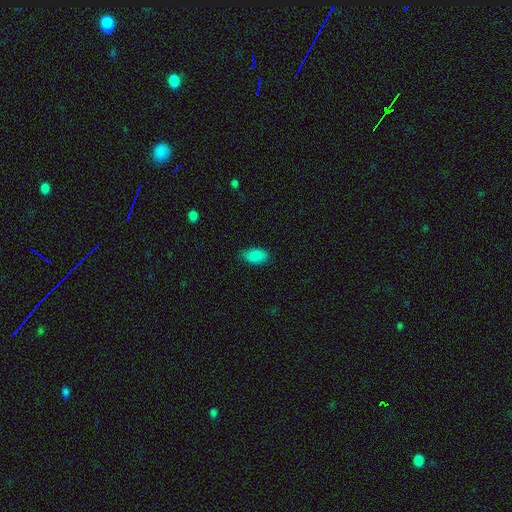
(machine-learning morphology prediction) type=smooth (88%); roundness=in between (93%); merging=none (74%).